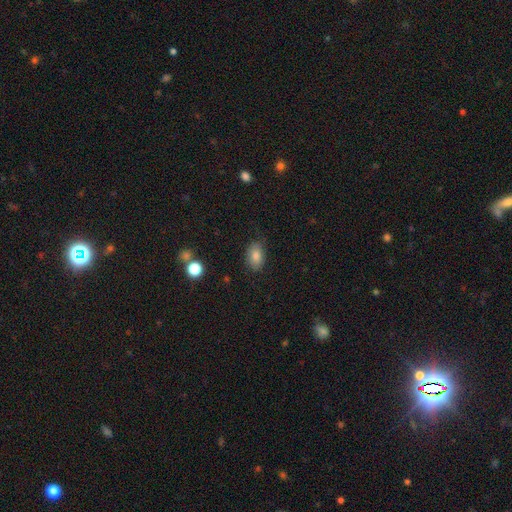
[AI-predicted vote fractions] smooth 81%, star or artifact 10%, featured or disk 9%. Down the decision tree: how rounded — in between (87%); merging — none (79%).